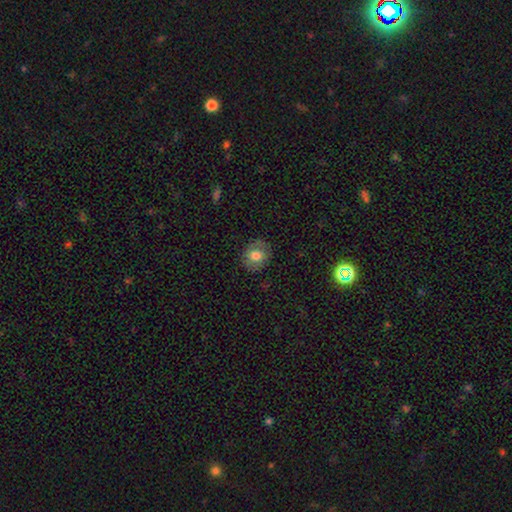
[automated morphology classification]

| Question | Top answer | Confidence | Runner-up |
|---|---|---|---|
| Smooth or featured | smooth | 72% | featured or disk (18%) |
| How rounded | round | 73% | in between (26%) |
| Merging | none | 83% | minor disturbance (13%) |